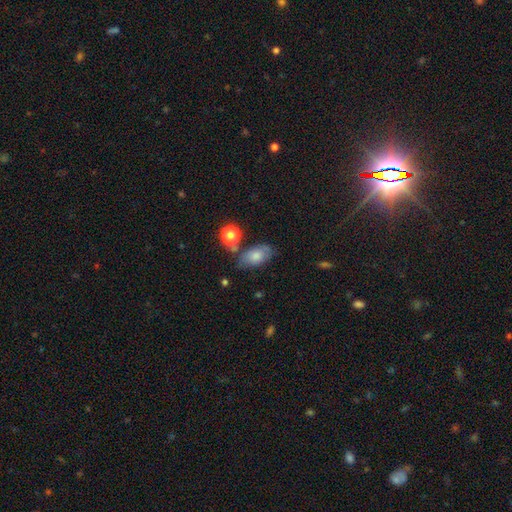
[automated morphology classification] This appears to be a smooth galaxy with no disk features (74%) that is in between round and cigar-shaped (89%). Merging: none (62%).